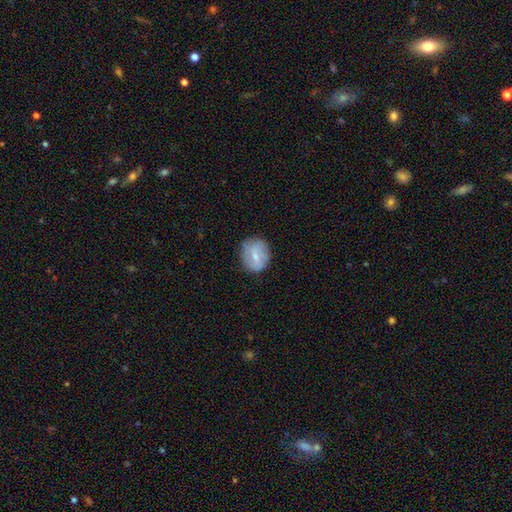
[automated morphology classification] The model was most divided on "smooth or featured": smooth: 50%, featured or disk: 43%, star or artifact: 7%. More confident: merging — none (74%).